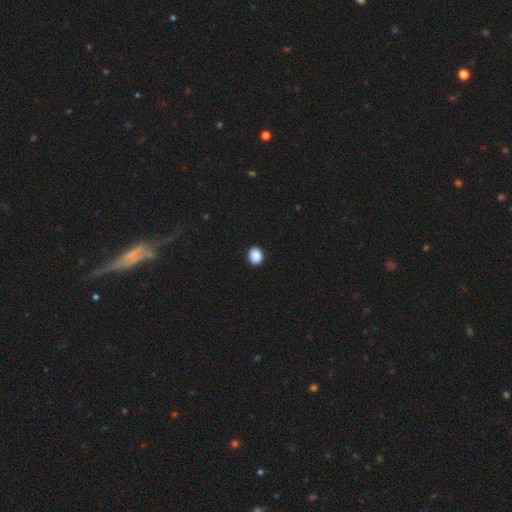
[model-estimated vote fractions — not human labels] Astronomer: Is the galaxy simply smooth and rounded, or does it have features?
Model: smooth — 90%.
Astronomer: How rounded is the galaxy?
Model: round — 61% (runner-up: in between, 39%).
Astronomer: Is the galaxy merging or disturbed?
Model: none — 91%.